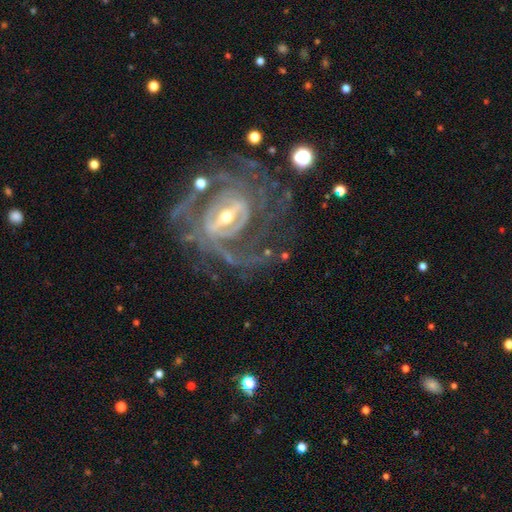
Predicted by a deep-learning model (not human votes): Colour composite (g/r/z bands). It shows a featured or disk galaxy (85%) with a weak bar (42%), 2 (33%) tight (51%) spiral arms (93%) and a small central bulge (68%). Merging: none (64%).